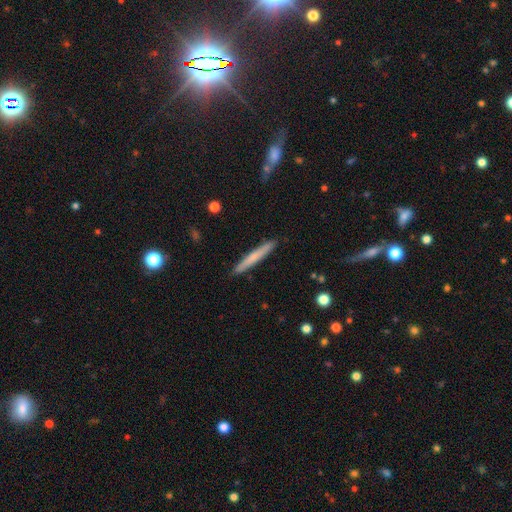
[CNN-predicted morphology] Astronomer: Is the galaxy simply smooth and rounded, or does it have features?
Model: smooth — 63%.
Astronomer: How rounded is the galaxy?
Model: cigar-shaped — 96%.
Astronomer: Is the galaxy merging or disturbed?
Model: none — 91%.